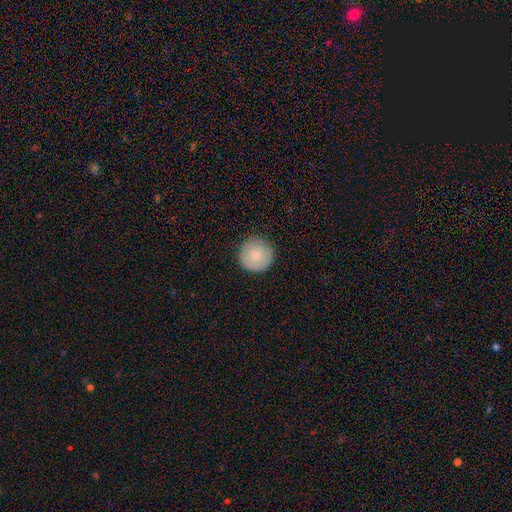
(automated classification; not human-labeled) This is likely a smooth galaxy (78%). How rounded: clearly round (96%). Merging: clearly none (89%).